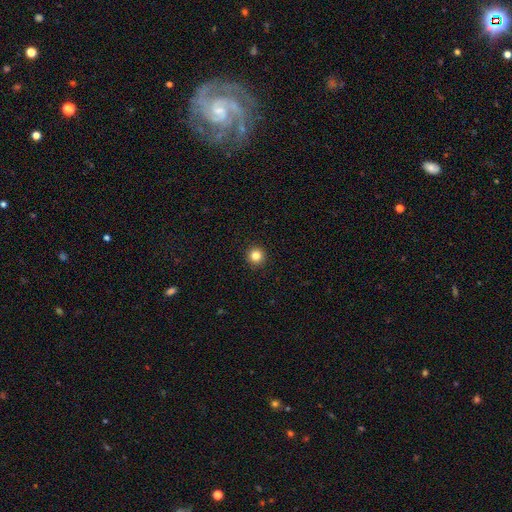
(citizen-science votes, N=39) This is clearly a smooth galaxy (90%). How rounded: clearly round (94%). Merging: clearly none (92%).